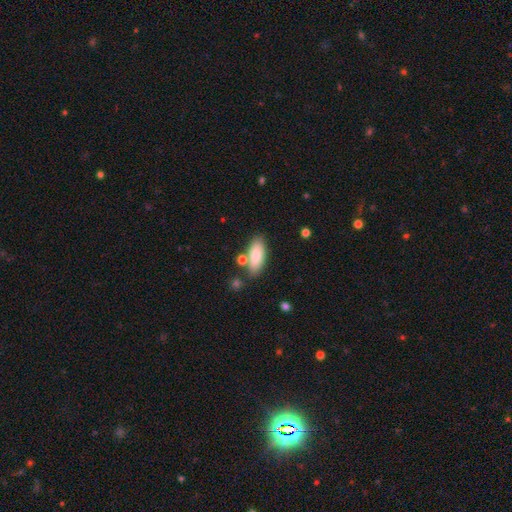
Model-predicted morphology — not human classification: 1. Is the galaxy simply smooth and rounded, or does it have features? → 84% smooth, 9% featured or disk, 6% star or artifact.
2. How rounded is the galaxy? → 81% in between, 16% cigar-shaped, 2% round.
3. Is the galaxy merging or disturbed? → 74% none, 13% minor disturbance, 9% merger, 4% major disturbance.